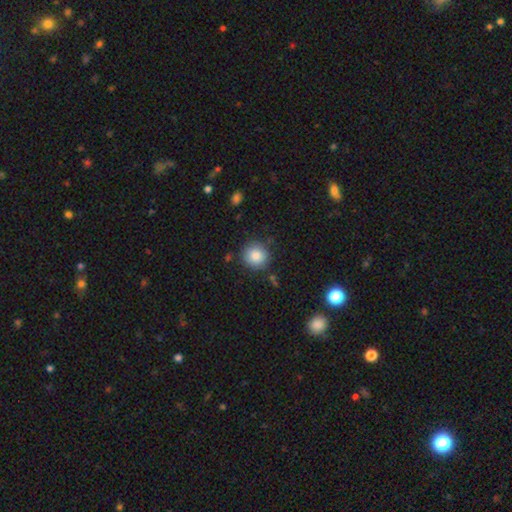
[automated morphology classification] A smooth galaxy with no disk features (84%) that is round (93%). Merging: none (86%).